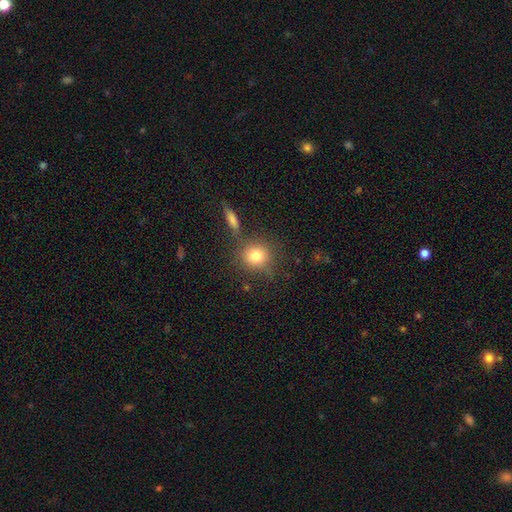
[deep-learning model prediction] Morphology: type=smooth (79%); roundness=round (89%); merging=none (73%).